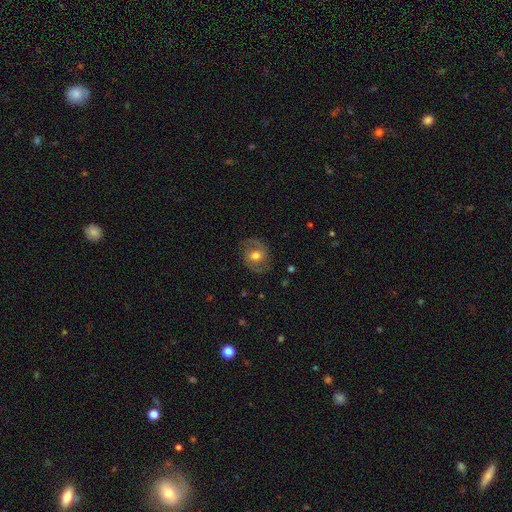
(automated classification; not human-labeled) The model was most divided on "bar": no: 53%, weak: 36%, strong: 11%. More confident: edge-on disk — no (96%); merging — none (79%); spiral arms — yes (79%); bulge size — moderate (72%); smooth or featured — featured or disk (62%).